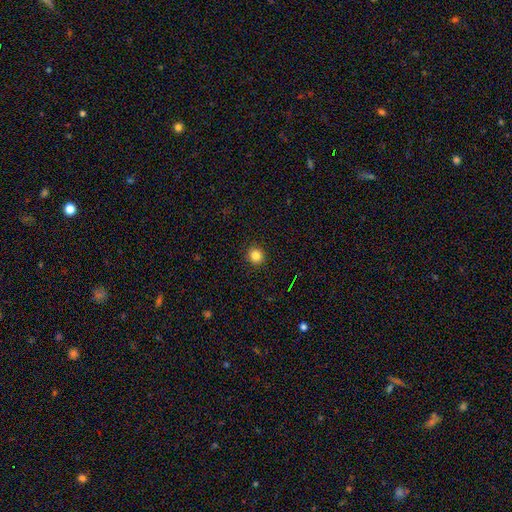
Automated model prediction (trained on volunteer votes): This appears to be a smooth galaxy with no disk features (83%) that is round (91%). Merging: none (92%).